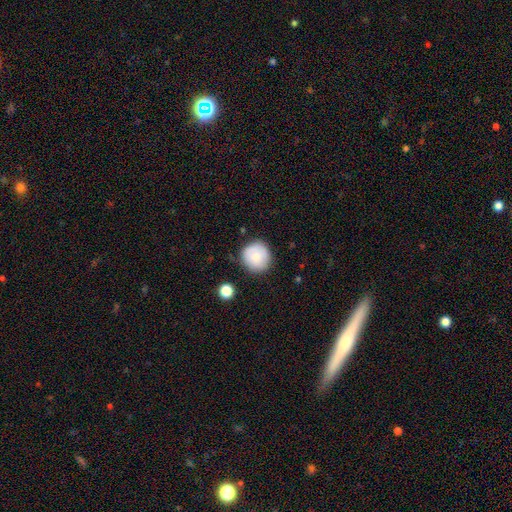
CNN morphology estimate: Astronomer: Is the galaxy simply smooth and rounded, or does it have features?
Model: smooth — 78%.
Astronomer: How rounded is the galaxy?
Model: round — 93%.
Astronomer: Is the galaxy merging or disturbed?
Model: none — 81%.